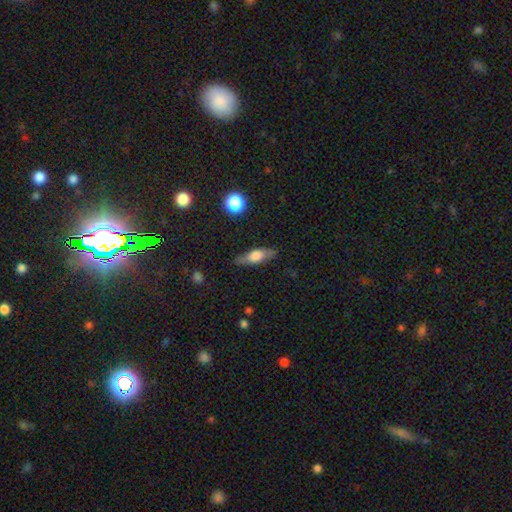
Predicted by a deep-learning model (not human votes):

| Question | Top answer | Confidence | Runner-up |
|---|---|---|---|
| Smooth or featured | smooth | 55% | featured or disk (38%) |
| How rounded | in between | 50% | cigar-shaped (45%) |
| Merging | none | 81% | minor disturbance (14%) |